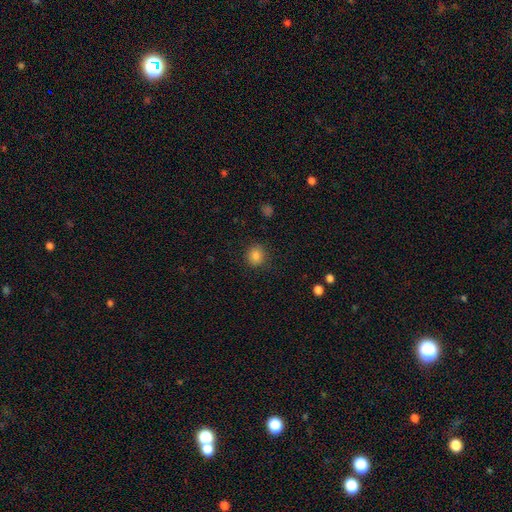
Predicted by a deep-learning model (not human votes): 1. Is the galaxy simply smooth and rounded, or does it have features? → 84% smooth, 11% star or artifact, 4% featured or disk.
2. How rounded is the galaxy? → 87% round, 12% in between, 1% cigar-shaped.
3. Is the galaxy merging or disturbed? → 87% none, 9% minor disturbance, 3% major disturbance, 1% merger.